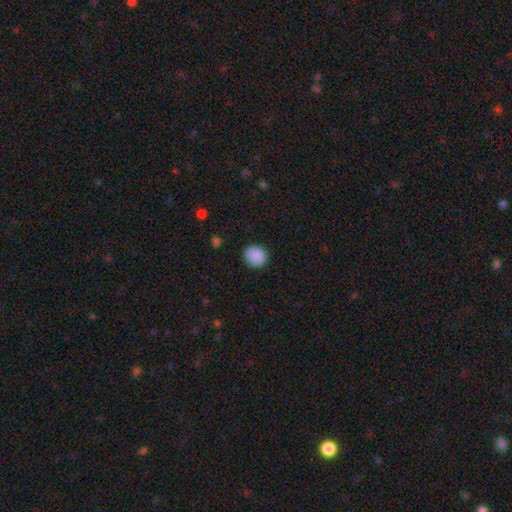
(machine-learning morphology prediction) The model was most divided on "how rounded": round: 84%, in between: 15%, cigar-shaped: 1%. More confident: smooth or featured — smooth (89%); merging — none (88%).